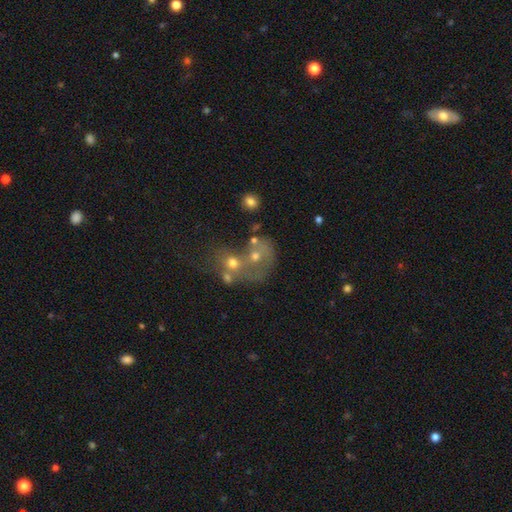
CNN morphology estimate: The model was most divided on "smooth or featured": smooth: 47%, featured or disk: 36%, star or artifact: 17%. More confident: merging — merger (65%).